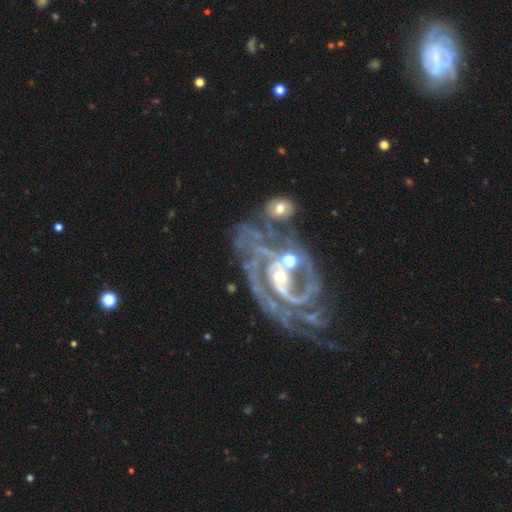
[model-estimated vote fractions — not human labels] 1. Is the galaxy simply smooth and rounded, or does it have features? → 89% featured or disk, 7% star or artifact, 4% smooth.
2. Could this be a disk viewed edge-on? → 96% no, 4% yes.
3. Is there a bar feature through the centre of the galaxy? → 36% weak, 34% strong, 30% no.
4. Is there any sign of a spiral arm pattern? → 96% yes, 4% no.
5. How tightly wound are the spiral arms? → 51% tight, 38% medium, 11% loose.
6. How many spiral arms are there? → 39% 2, 20% 3, 16% can't tell, 9% 4, 8% more than 4, 8% 1.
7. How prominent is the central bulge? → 57% small, 35% moderate, 3% none, 3% large, 1% dominant.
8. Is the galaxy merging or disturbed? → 53% none, 18% minor disturbance, 15% major disturbance, 14% merger.